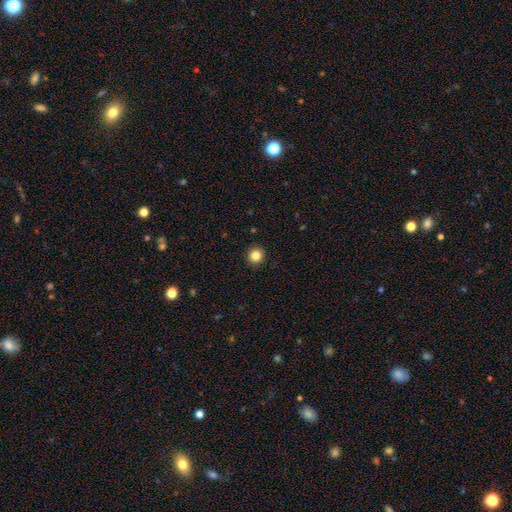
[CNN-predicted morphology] The model was most divided on "smooth or featured": smooth: 84%, star or artifact: 11%, featured or disk: 5%. More confident: merging — none (92%); how rounded — round (90%).